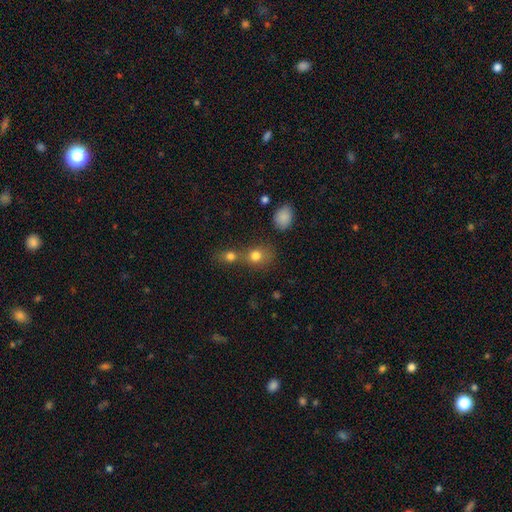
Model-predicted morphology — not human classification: smooth_or_featured: smooth (p=0.77) [alt: star or artifact p=0.13]
how_rounded: round (p=0.70) [alt: in between p=0.28]
merging: merger (p=0.47) [alt: none p=0.40]